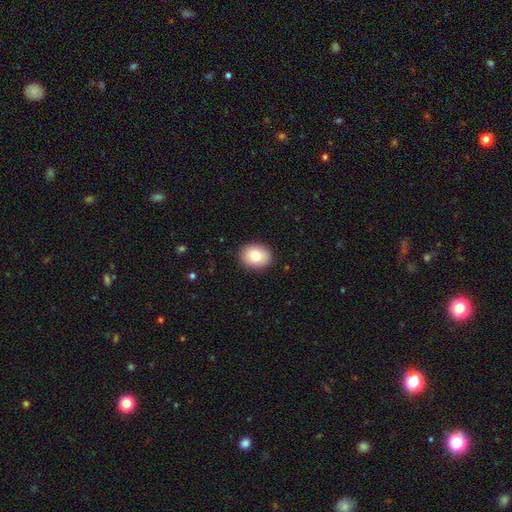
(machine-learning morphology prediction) Smooth or featured? smooth (81%)
How rounded? round (51%)
Merging? none (90%)